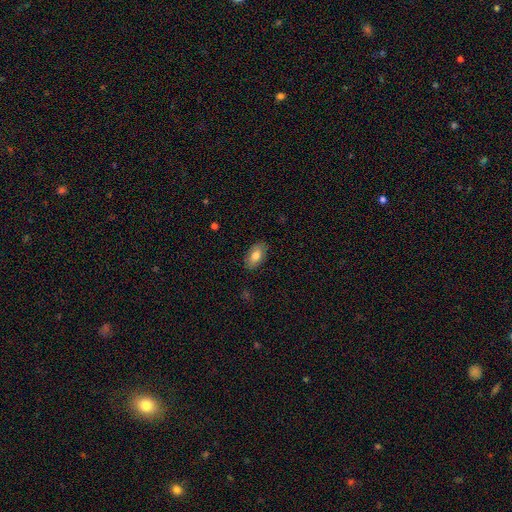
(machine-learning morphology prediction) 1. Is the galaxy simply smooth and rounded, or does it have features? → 77% smooth, 17% featured or disk, 6% star or artifact.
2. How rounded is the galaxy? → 93% in between, 5% round, 2% cigar-shaped.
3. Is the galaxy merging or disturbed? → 85% none, 11% minor disturbance, 2% major disturbance, 1% merger.